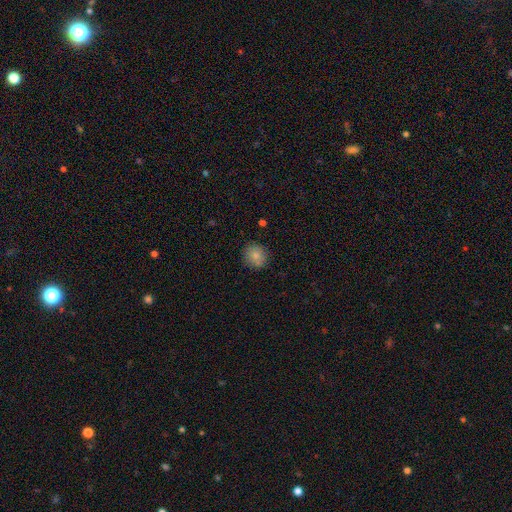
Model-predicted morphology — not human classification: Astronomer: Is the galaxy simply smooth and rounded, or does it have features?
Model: smooth — 81%.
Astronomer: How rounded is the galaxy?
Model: round — 87%.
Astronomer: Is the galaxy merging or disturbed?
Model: none — 80%.